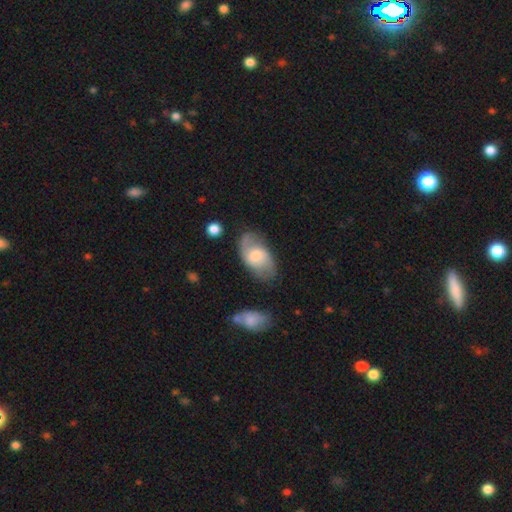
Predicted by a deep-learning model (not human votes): Smooth or featured? Predicted: featured or disk (p=0.51). Edge-on disk? Predicted: no (p=0.94). Merging? Predicted: none (p=0.65).